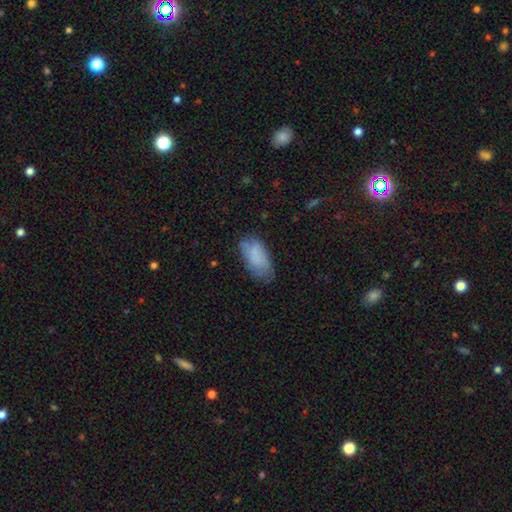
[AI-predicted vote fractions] Smooth or featured: smooth — 76% (featured or disk — 17%)
How rounded: in between — 93% (cigar-shaped — 4%)
Merging: none — 56% (minor disturbance — 32%)